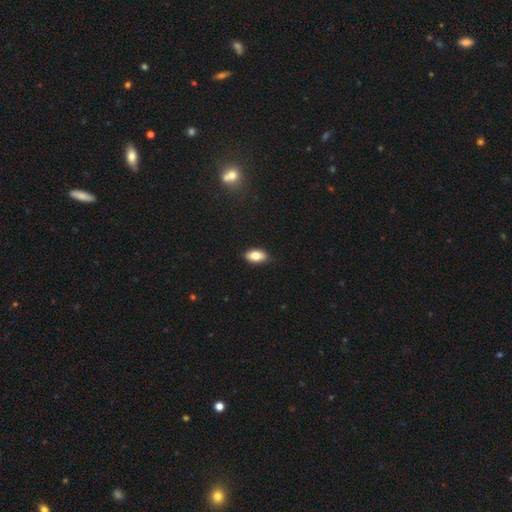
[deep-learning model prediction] smooth_or_featured: smooth (p=0.81) [alt: featured or disk p=0.11]
how_rounded: in between (p=0.92) [alt: round p=0.04]
merging: none (p=0.88) [alt: minor disturbance p=0.09]